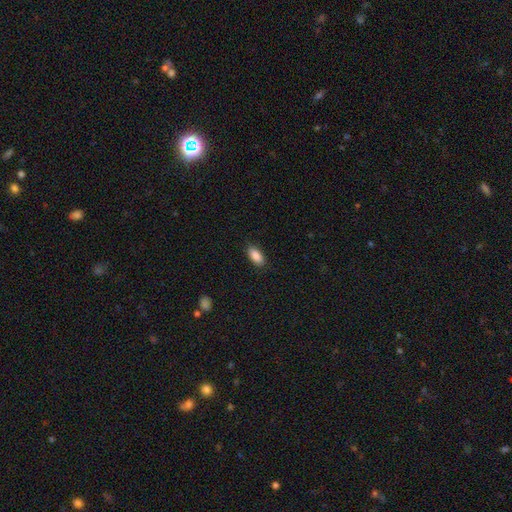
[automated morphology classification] Q: Smooth or featured?
A: smooth (88%); runner-up: star or artifact (7%)
Q: How rounded?
A: in between (88%); runner-up: cigar-shaped (10%)
Q: Merging?
A: none (87%); runner-up: minor disturbance (10%)